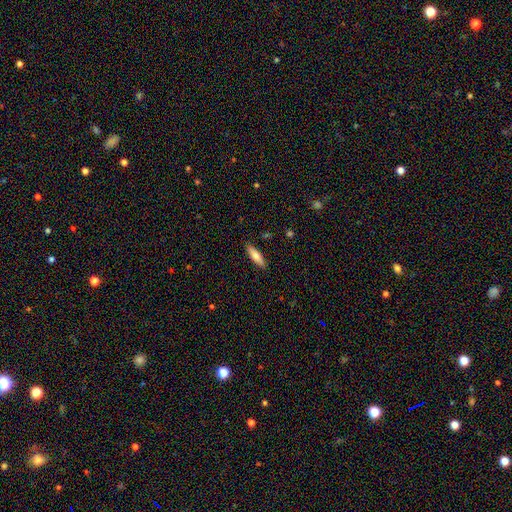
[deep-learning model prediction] Q: Smooth or featured?
A: smooth (74%); runner-up: featured or disk (20%)
Q: How rounded?
A: cigar-shaped (51%); runner-up: in between (48%)
Q: Merging?
A: none (88%); runner-up: minor disturbance (9%)